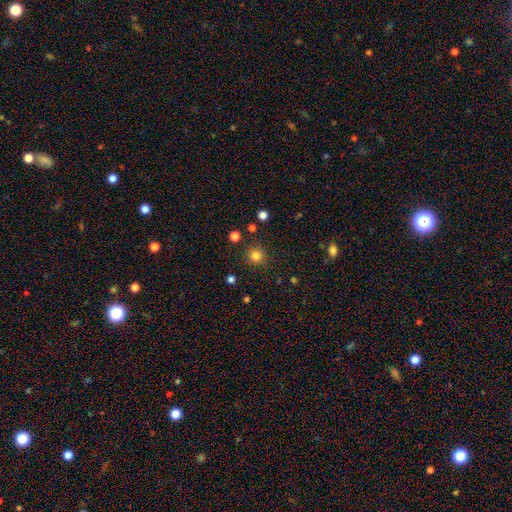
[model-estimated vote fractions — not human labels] smooth_or_featured: smooth (p=0.82) [alt: star or artifact p=0.14]
how_rounded: round (p=0.94) [alt: in between p=0.05]
merging: none (p=0.88) [alt: minor disturbance p=0.07]